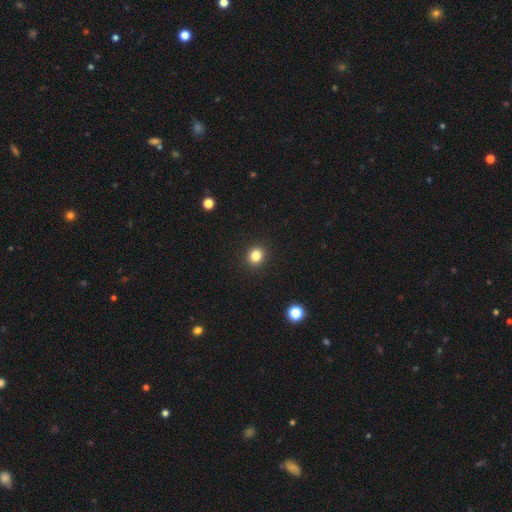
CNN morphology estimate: type=smooth (83%); roundness=round (80%); merging=none (92%).